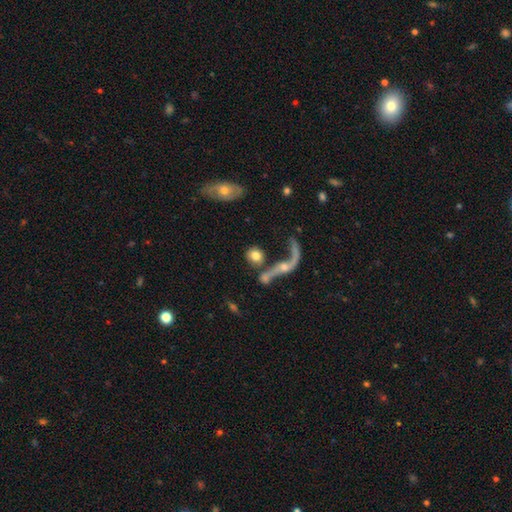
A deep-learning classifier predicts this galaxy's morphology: smooth_or_featured: smooth (p=0.67) [alt: featured or disk p=0.25]
how_rounded: round (p=0.75) [alt: in between p=0.21]
merging: none (p=0.50) [alt: merger p=0.27]